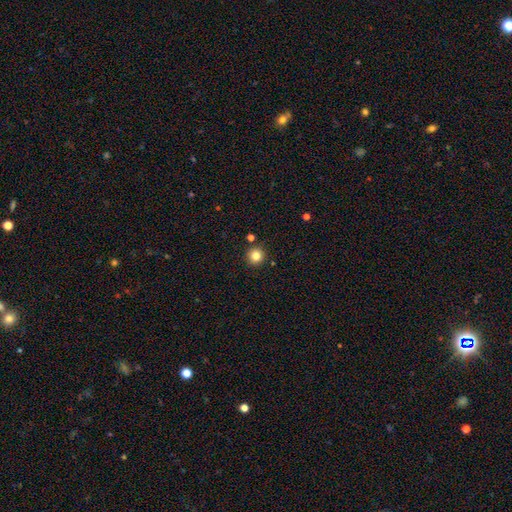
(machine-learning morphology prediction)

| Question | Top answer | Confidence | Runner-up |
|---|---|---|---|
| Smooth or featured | smooth | 82% | star or artifact (12%) |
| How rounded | round | 95% | in between (4%) |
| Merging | none | 89% | minor disturbance (6%) |